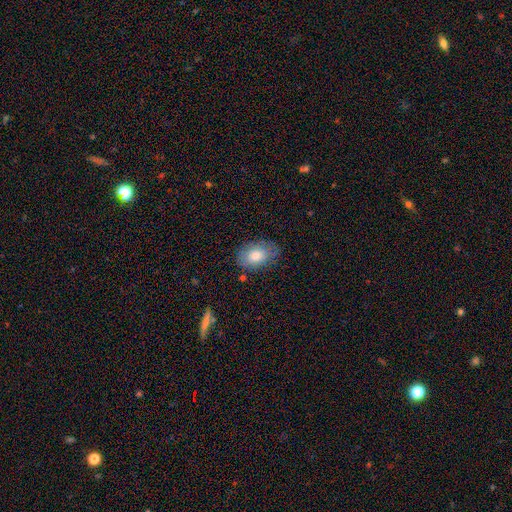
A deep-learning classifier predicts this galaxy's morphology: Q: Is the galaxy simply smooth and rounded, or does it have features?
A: smooth — 79%.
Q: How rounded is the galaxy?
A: in between — 85%.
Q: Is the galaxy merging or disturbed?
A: none — 78%.